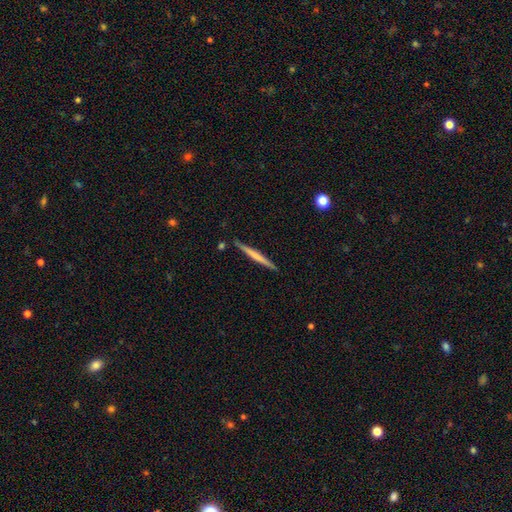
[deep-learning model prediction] Smooth or featured?
  - smooth: 49% *
  - featured or disk: 46%
  - star or artifact: 5%
Merging?
  - none: 89% *
  - minor disturbance: 8%
  - merger: 2%
  - major disturbance: 1%